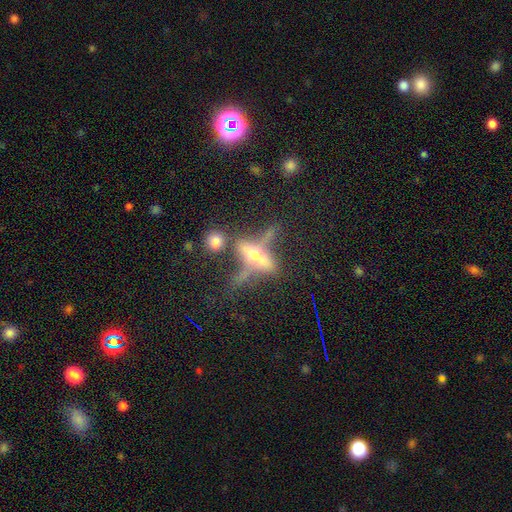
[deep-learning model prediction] smooth-or-featured: featured or disk: 70% | smooth: 19% | star or artifact: 11%
  disk-edge-on: yes: 86% | no: 14%
    edge-on-bulge: rounded: 94% | boxy: 4% | none: 3%
  merging: none: 57% | minor disturbance: 17% | major disturbance: 14% | merger: 12%